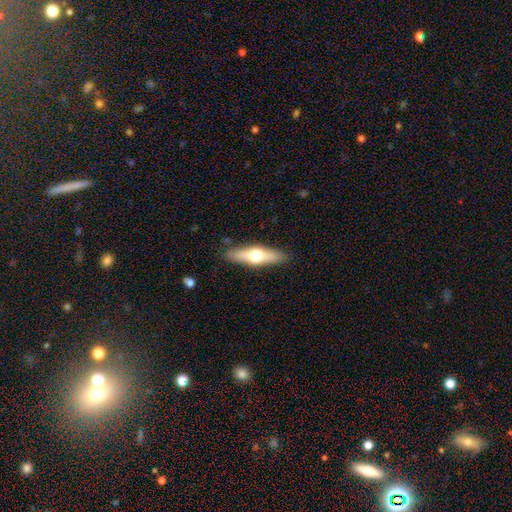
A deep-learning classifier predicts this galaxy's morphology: Overall: featured or disk (50%; smooth 45%). Merging: none (87%).